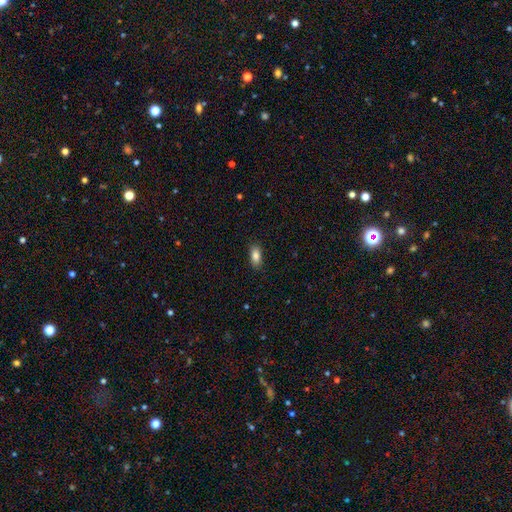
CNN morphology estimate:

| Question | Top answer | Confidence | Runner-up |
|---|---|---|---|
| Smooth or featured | smooth | 86% | star or artifact (8%) |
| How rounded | in between | 88% | cigar-shaped (8%) |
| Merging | none | 86% | minor disturbance (10%) |